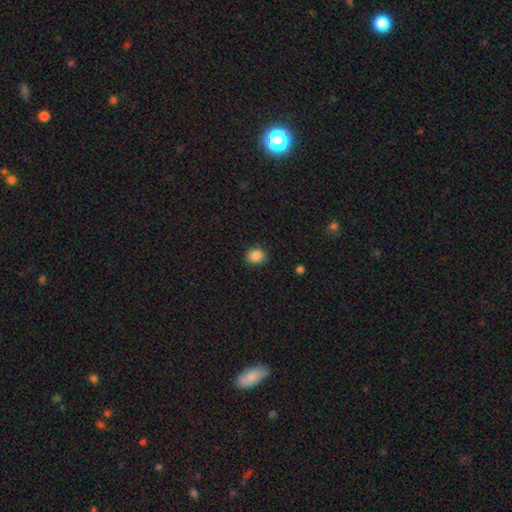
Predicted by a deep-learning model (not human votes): smooth_or_featured: smooth (p=0.87) [alt: star or artifact p=0.09]
how_rounded: round (p=0.60) [alt: in between p=0.39]
merging: none (p=0.88) [alt: minor disturbance p=0.09]